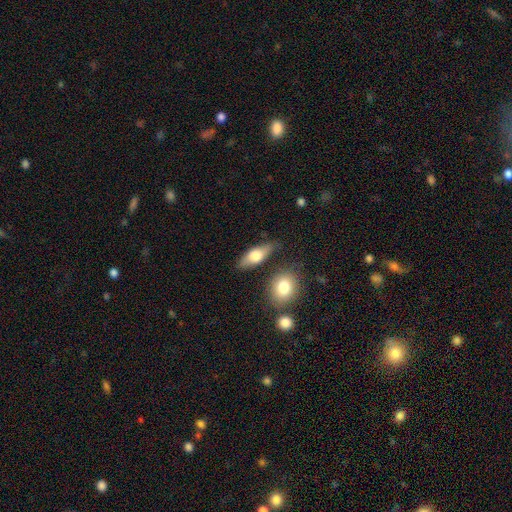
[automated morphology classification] smooth 63%, featured or disk 31%, star or artifact 6%. Down the decision tree: how rounded — in between (72%); merging — none (77%).